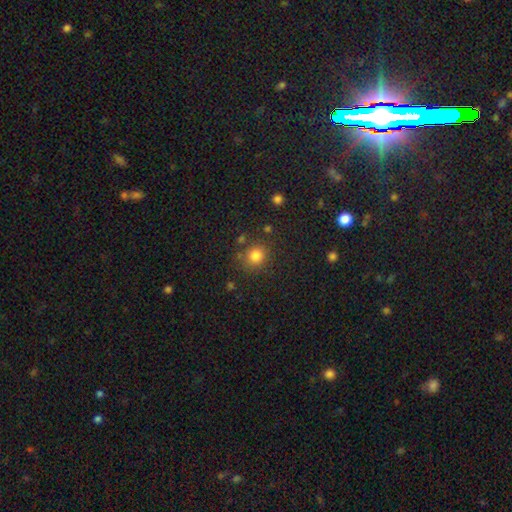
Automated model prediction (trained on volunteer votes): A smooth galaxy with no disk features (81%) that is round (82%).

Vote fractions:
- Smooth or featured? smooth: 81% / star or artifact: 14% / featured or disk: 6%
- How rounded? round: 82% / in between: 18% / cigar-shaped: 1%
- Merging? none: 80% / minor disturbance: 11% / merger: 4% / major disturbance: 4%